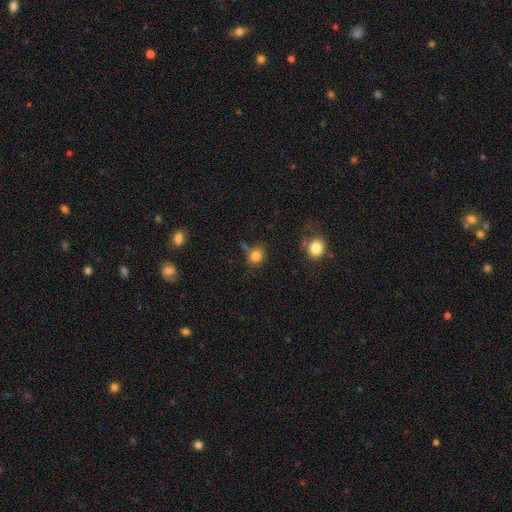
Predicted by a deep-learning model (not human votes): smooth-or-featured: smooth: 81% | star or artifact: 12% | featured or disk: 7%
  how-rounded: round: 72% | in between: 27% | cigar-shaped: 1%
  merging: none: 66% | minor disturbance: 17% | merger: 11% | major disturbance: 6%